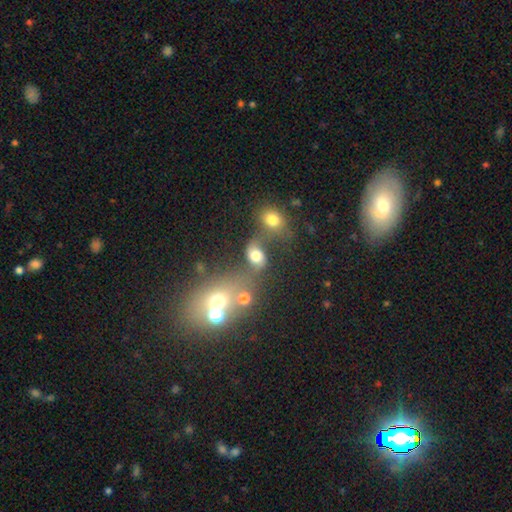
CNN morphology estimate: This appears to be a smooth galaxy with no disk features (61%) that is in between round and cigar-shaped (59%). Merging: none (40%).